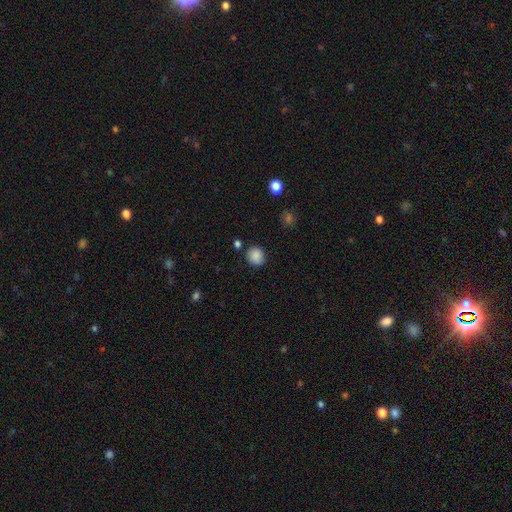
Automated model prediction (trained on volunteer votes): smooth_or_featured: smooth (p=0.87) [alt: star or artifact p=0.09]
how_rounded: round (p=0.83) [alt: in between p=0.16]
merging: none (p=0.83) [alt: minor disturbance p=0.11]